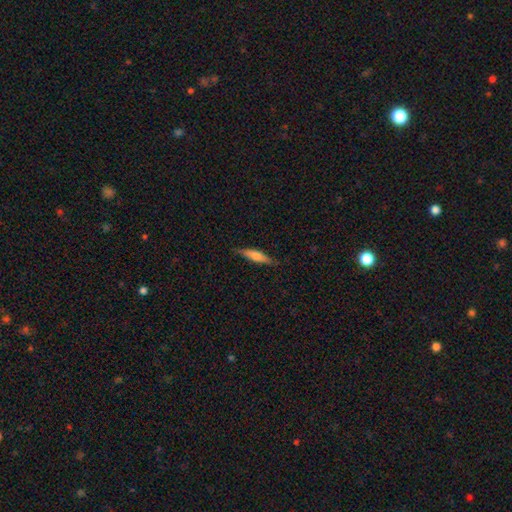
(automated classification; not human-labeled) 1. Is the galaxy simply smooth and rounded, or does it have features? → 61% smooth, 33% featured or disk, 6% star or artifact.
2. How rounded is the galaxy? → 76% cigar-shaped, 22% in between, 2% round.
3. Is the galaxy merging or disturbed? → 83% none, 13% minor disturbance, 2% major disturbance, 1% merger.